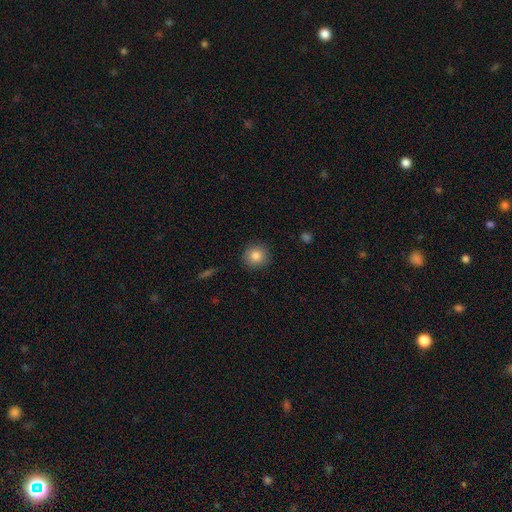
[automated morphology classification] type=smooth (83%); roundness=round (93%); merging=none (89%).